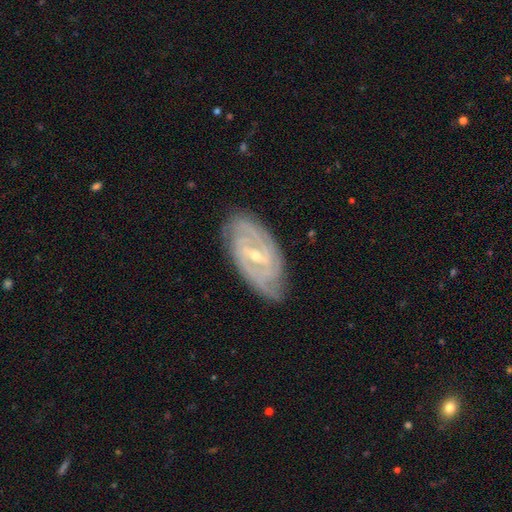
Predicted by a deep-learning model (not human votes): This is clearly a featured or disk galaxy (89%). It is clearly not viewed edge-on (95%). Bar: possibly weak (47%). Spiral arm pattern: clearly yes (97%). Spiral arm count: marginally 2 (40%). Spiral winding: likely tight (65%). Central bulge: likely small (63%). Merging: clearly none (80%).